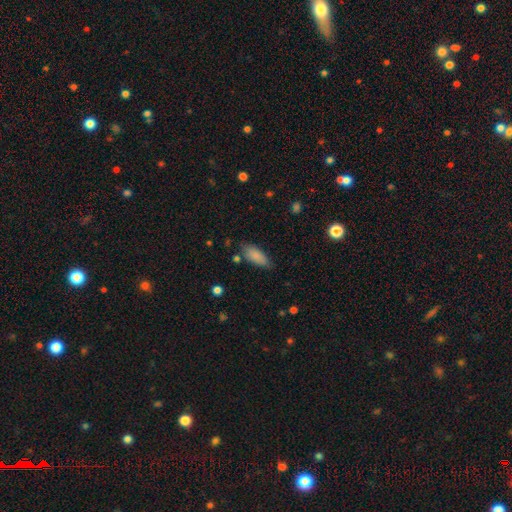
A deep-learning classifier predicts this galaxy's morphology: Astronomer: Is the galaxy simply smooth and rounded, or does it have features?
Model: smooth — 86%.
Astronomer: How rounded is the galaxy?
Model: in between — 82%.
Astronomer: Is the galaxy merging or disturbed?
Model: none — 73%.